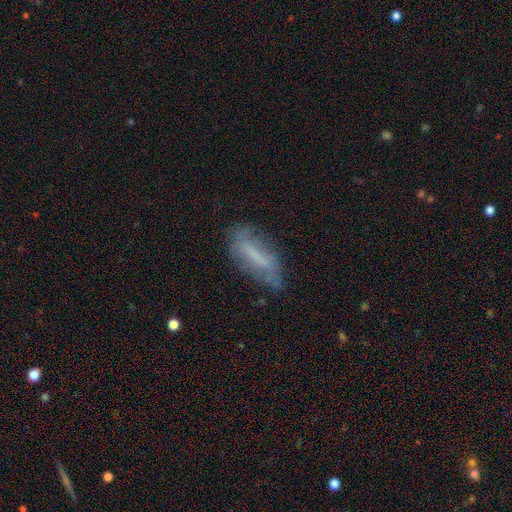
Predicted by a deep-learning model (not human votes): Q: Smooth or featured?
A: smooth (50%); runner-up: featured or disk (40%)
Q: Merging?
A: none (58%); runner-up: minor disturbance (28%)